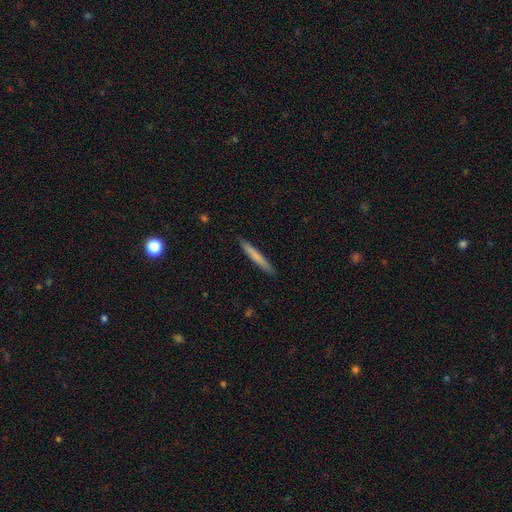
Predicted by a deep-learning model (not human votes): This is likely a smooth galaxy (71%). How rounded: clearly cigar-shaped (96%). Merging: clearly none (91%).